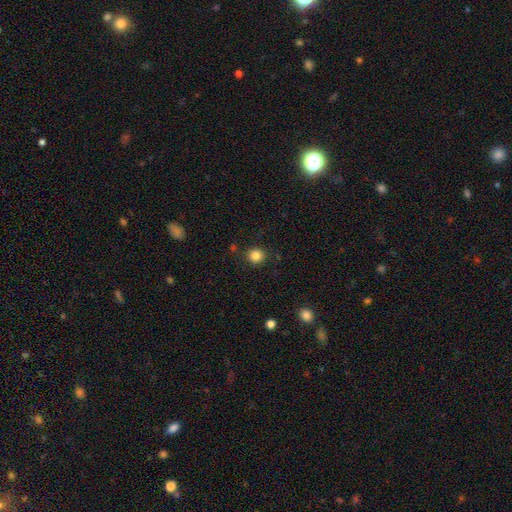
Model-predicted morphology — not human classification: Smooth or featured?
  - smooth: 85% *
  - star or artifact: 11%
  - featured or disk: 4%
How rounded?
  - round: 87% *
  - in between: 12%
  - cigar-shaped: 1%
Merging?
  - none: 87% *
  - minor disturbance: 8%
  - major disturbance: 3%
  - merger: 2%